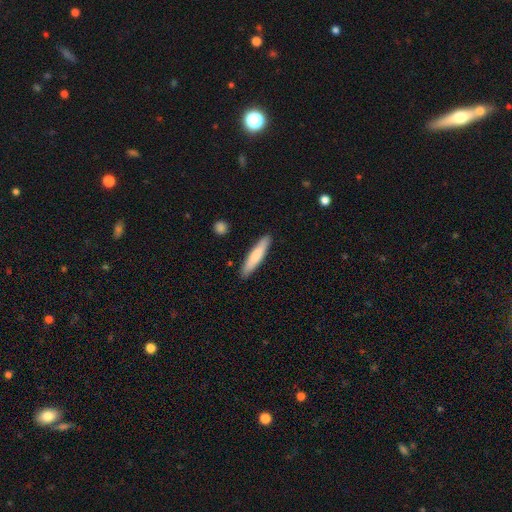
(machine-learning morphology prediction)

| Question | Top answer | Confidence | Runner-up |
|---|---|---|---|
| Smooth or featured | smooth | 76% | featured or disk (19%) |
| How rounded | cigar-shaped | 86% | in between (12%) |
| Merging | none | 88% | minor disturbance (9%) |